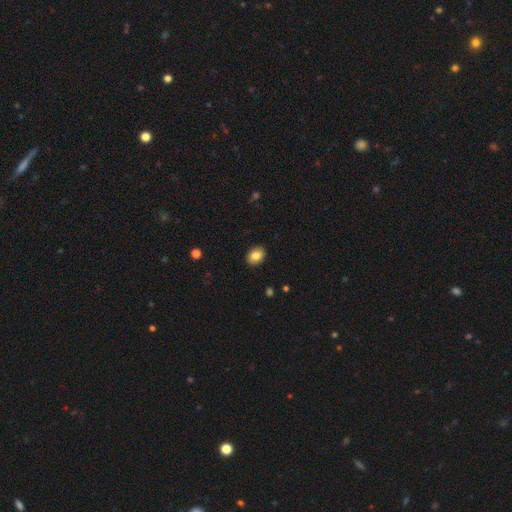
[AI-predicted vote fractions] Smooth or featured? Predicted: smooth (p=0.84). How rounded? Predicted: in between (p=0.57). Merging? Predicted: none (p=0.90).